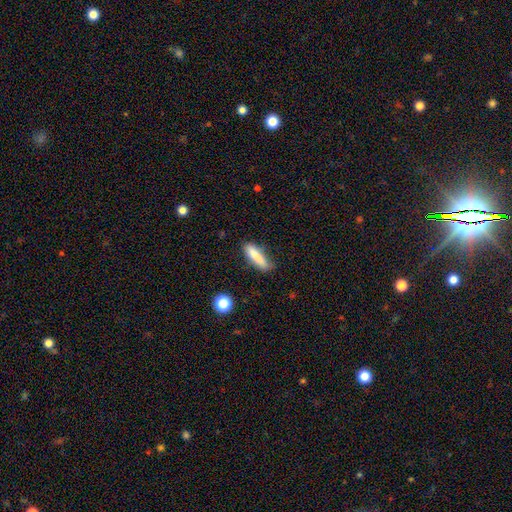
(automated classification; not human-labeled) Smooth or featured? smooth (82%)
How rounded? cigar-shaped (71%)
Merging? none (70%)